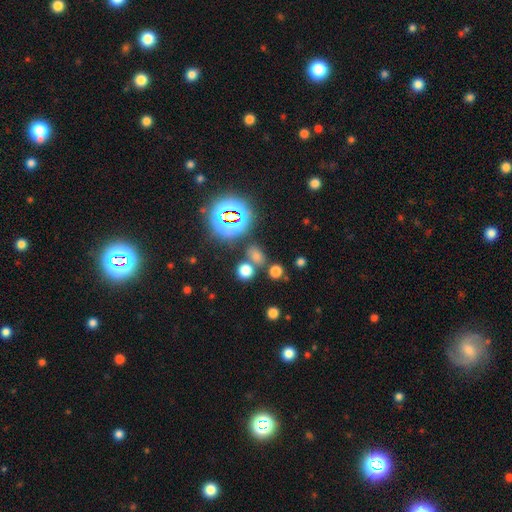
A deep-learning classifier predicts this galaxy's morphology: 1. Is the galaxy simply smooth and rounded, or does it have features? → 59% smooth, 34% star or artifact, 7% featured or disk.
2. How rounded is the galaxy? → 51% in between, 46% round, 2% cigar-shaped.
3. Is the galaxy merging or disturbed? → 72% none, 14% merger, 10% minor disturbance, 4% major disturbance.